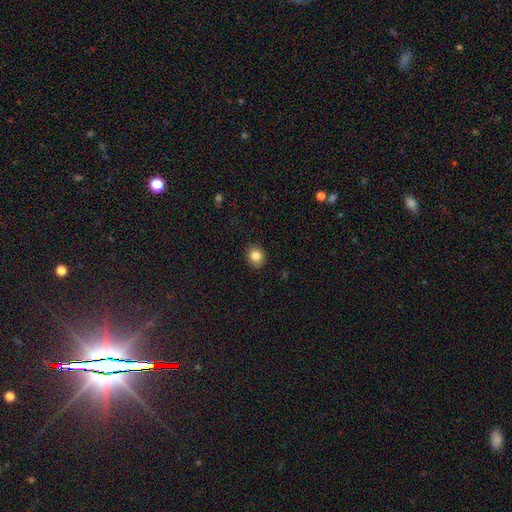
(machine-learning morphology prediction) Smooth or featured?
  - smooth: 84% *
  - star or artifact: 10%
  - featured or disk: 6%
How rounded?
  - round: 64% *
  - in between: 36%
  - cigar-shaped: 1%
Merging?
  - none: 90% *
  - minor disturbance: 8%
  - major disturbance: 2%
  - merger: 1%